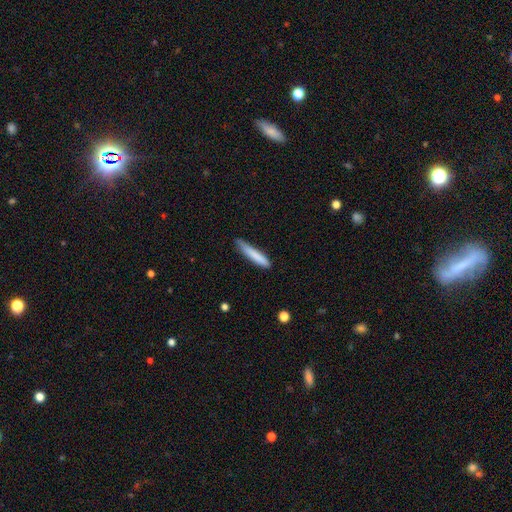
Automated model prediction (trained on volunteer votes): Morphology: type=smooth (80%); roundness=cigar-shaped (92%); merging=none (69%).